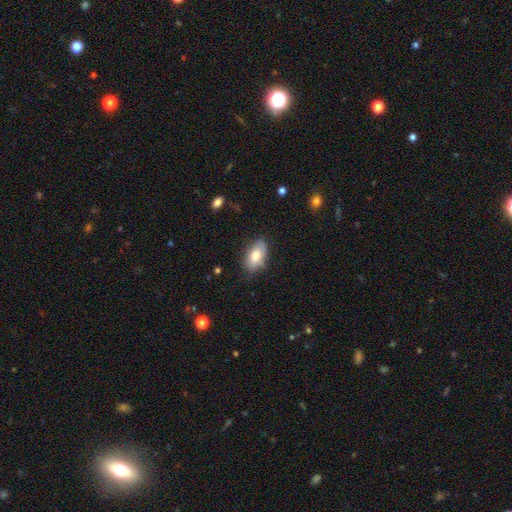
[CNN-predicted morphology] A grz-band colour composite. It shows a smooth galaxy with no disk features (79%) that is in between round and cigar-shaped (93%). Merging: none (73%).